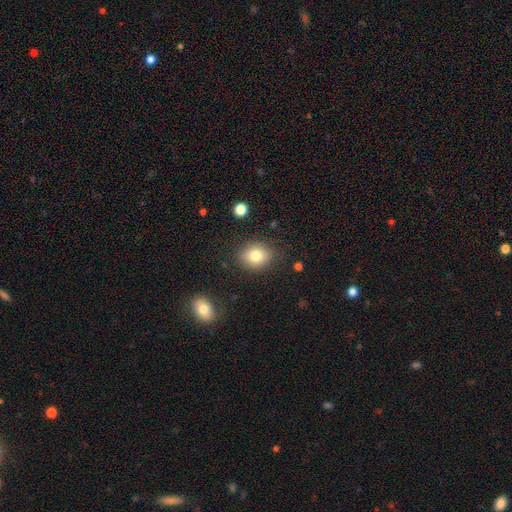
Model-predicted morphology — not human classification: Q: Smooth or featured?
A: smooth (80%); runner-up: star or artifact (10%)
Q: How rounded?
A: round (59%); runner-up: in between (41%)
Q: Merging?
A: none (84%); runner-up: minor disturbance (10%)